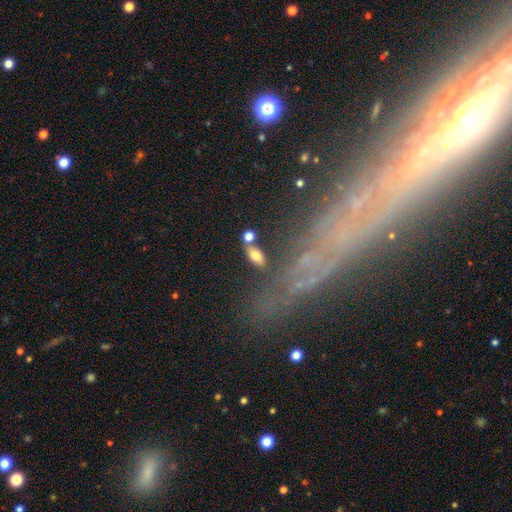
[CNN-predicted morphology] Q: Smooth or featured?
A: smooth (73%); runner-up: featured or disk (18%)
Q: How rounded?
A: in between (84%); runner-up: cigar-shaped (11%)
Q: Merging?
A: none (70%); runner-up: minor disturbance (13%)